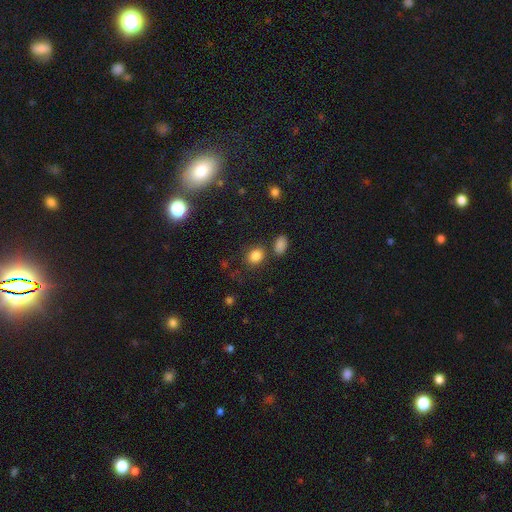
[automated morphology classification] Smooth or featured: smooth — 84% (star or artifact — 11%)
How rounded: round — 55% (in between — 44%)
Merging: none — 74% (minor disturbance — 12%)